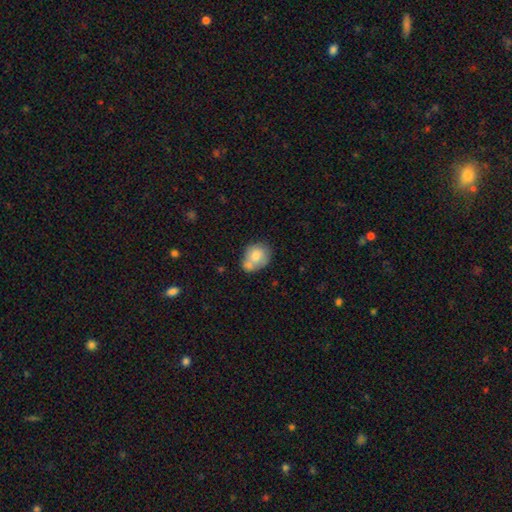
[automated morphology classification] Smooth or featured? Predicted: smooth (p=0.70). How rounded? Predicted: round (p=0.56). Merging? Predicted: none (p=0.38).